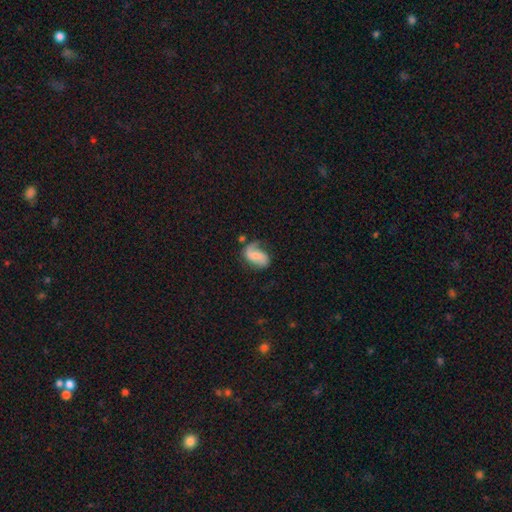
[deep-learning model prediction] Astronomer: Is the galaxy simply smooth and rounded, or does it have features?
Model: featured or disk — 61%.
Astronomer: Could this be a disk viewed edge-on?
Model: no — 97%.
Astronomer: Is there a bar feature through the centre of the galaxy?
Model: no — 48% (runner-up: weak, 38%).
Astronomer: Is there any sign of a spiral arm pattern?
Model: yes — 90%.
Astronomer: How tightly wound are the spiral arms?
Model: loose — 47% (runner-up: medium, 37%).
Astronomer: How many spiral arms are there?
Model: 2 — 62%.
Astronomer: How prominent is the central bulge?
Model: small — 42% (runner-up: moderate, 26%).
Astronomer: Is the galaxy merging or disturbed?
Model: none — 46% (runner-up: minor disturbance, 28%).